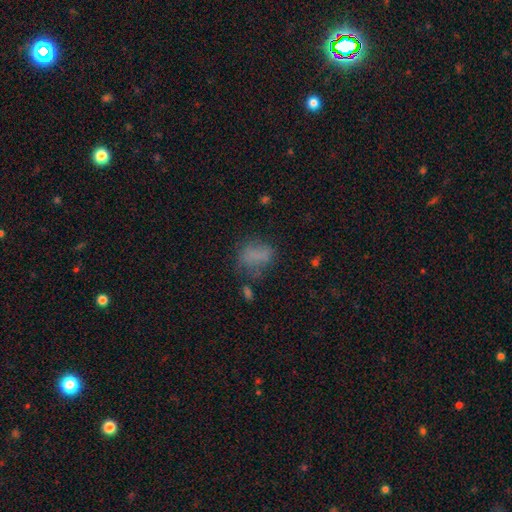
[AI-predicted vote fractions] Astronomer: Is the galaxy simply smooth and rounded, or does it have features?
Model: smooth — 68%.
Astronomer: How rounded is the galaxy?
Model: in between — 69%.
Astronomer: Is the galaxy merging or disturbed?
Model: none — 50%.